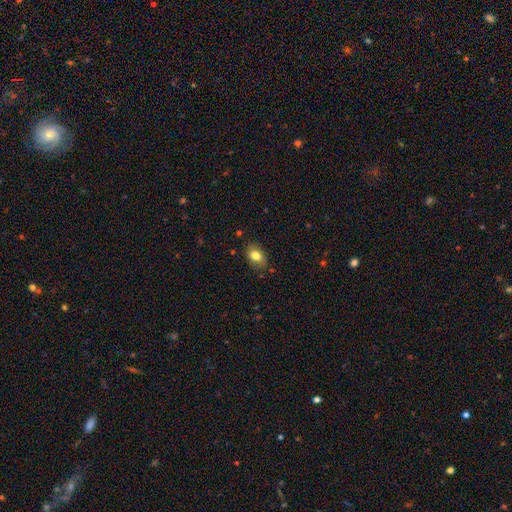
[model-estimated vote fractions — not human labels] smooth 81%, featured or disk 11%, star or artifact 9%. Down the decision tree: how rounded — in between (81%); merging — none (82%).